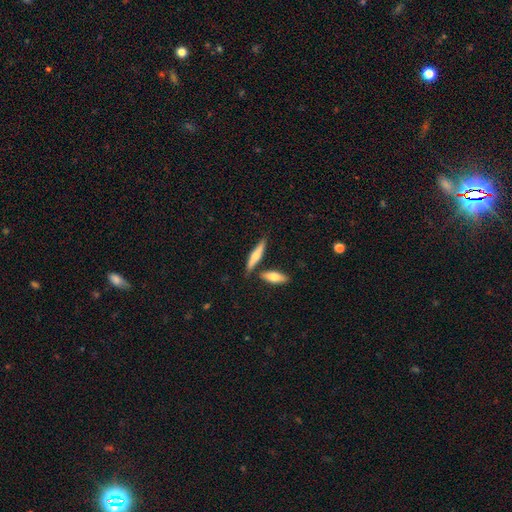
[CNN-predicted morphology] smooth 54%, featured or disk 41%, star or artifact 5%. Down the decision tree: how rounded — cigar-shaped (81%); merging — none (70%).